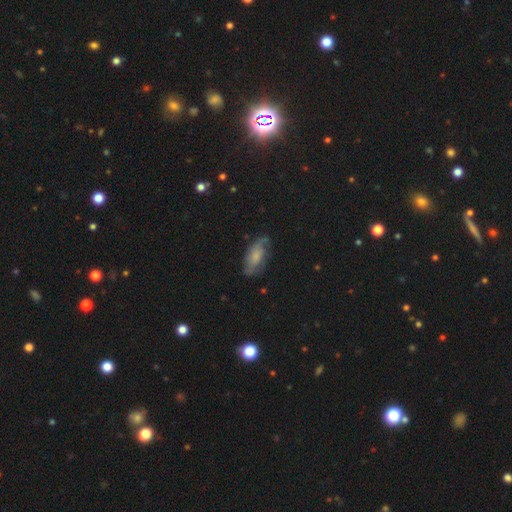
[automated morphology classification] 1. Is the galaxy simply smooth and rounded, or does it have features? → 50% featured or disk, 42% smooth, 8% star or artifact.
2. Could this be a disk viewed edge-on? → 89% no, 11% yes.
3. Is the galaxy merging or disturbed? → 65% none, 24% minor disturbance, 10% major disturbance, 2% merger.